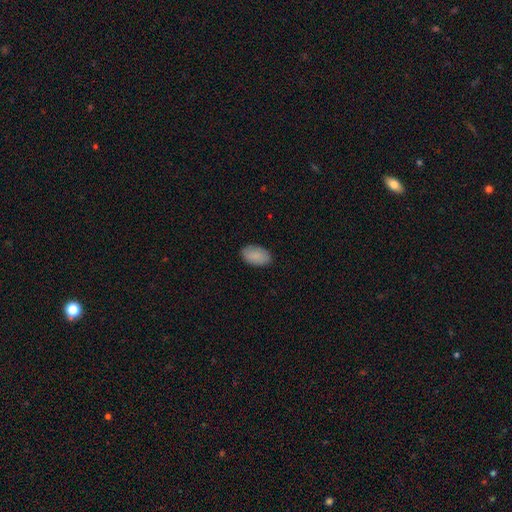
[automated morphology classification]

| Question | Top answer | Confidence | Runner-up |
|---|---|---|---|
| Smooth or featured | smooth | 89% | star or artifact (6%) |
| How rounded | in between | 94% | round (5%) |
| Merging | none | 87% | minor disturbance (10%) |